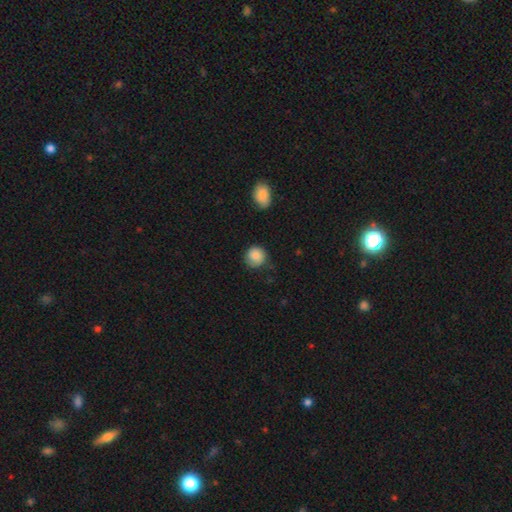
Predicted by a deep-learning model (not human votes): smooth_or_featured: smooth (p=0.84) [alt: featured or disk p=0.08]
how_rounded: round (p=0.88) [alt: in between p=0.11]
merging: none (p=0.75) [alt: minor disturbance p=0.20]